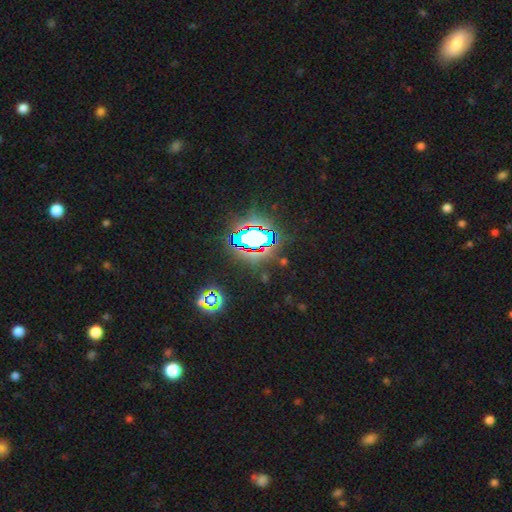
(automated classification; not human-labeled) Morphology: type=star or artifact (81%).